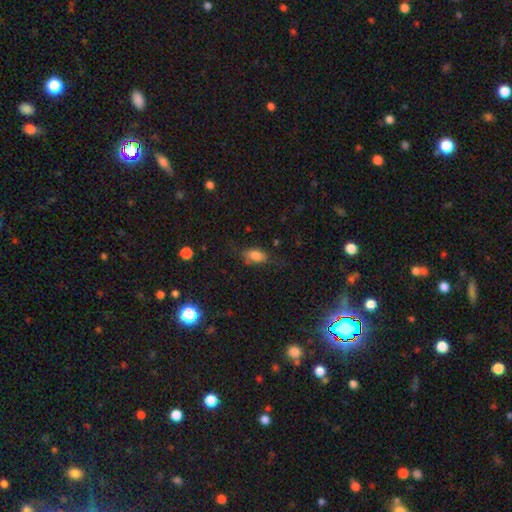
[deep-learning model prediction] This appears to be a smooth galaxy with no disk features (76%) that is in between round and cigar-shaped (84%). Merging: none (59%).